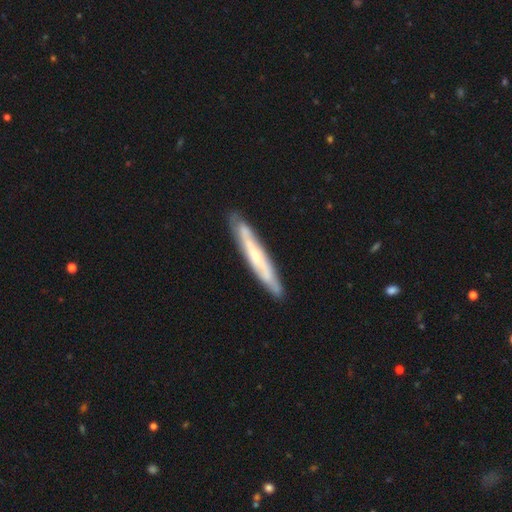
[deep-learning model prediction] This appears to be a featured or disk galaxy (61%) viewed edge-on (73%). Merging: none (83%).